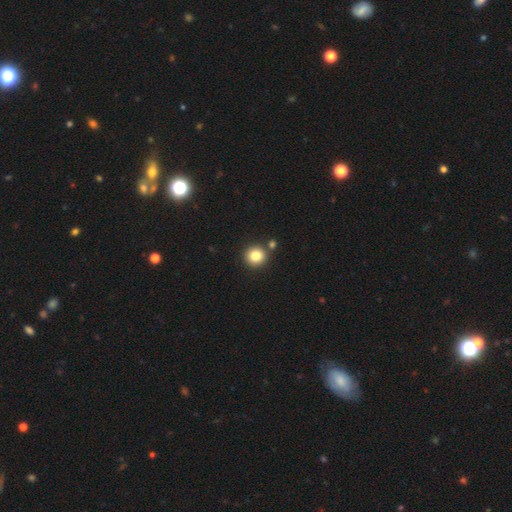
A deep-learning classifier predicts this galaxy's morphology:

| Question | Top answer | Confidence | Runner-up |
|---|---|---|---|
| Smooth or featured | smooth | 83% | star or artifact (10%) |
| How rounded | round | 92% | in between (7%) |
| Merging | none | 81% | merger (10%) |